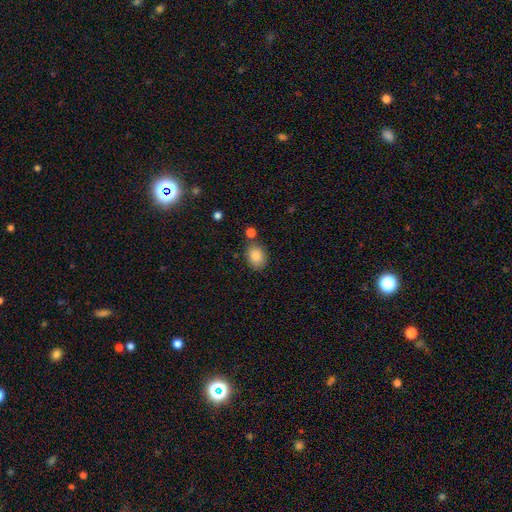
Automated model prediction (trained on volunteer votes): Morphology: type=smooth (84%); roundness=in between (57%); merging=none (77%).